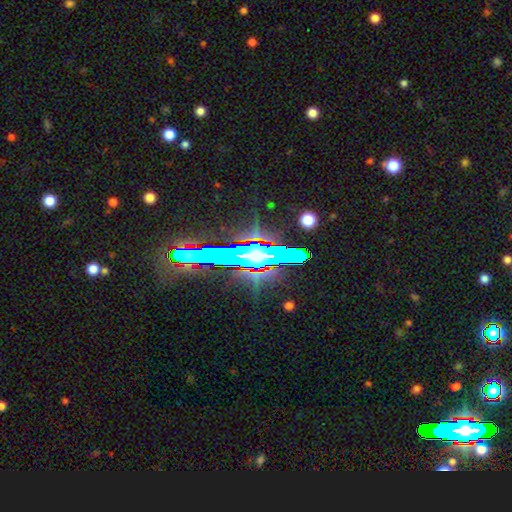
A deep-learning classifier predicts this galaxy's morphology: A star or artifact, not a galaxy (65%).